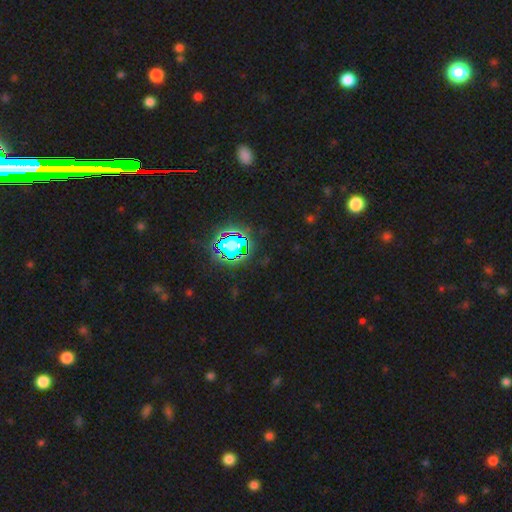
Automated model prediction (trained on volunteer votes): Morphology: type=star or artifact (80%).